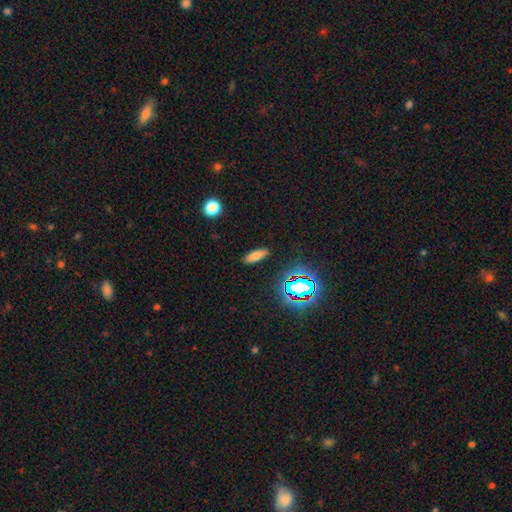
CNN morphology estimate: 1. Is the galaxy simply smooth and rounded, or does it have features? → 72% smooth, 17% star or artifact, 11% featured or disk.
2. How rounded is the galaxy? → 57% in between, 40% cigar-shaped, 4% round.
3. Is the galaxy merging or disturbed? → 88% none, 8% minor disturbance, 2% major disturbance, 1% merger.